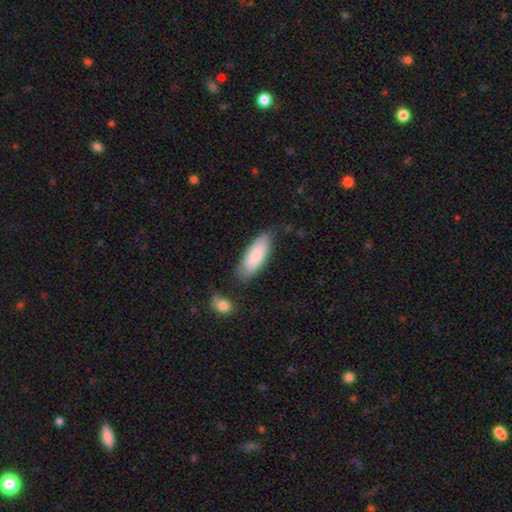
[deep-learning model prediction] Q: Smooth or featured?
A: smooth (80%); runner-up: featured or disk (14%)
Q: How rounded?
A: in between (76%); runner-up: cigar-shaped (23%)
Q: Merging?
A: none (70%); runner-up: minor disturbance (21%)